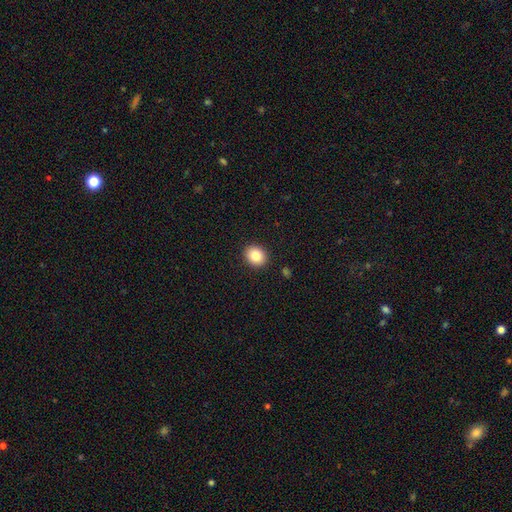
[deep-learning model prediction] Morphology: type=smooth (83%); roundness=round (67%); merging=none (91%).